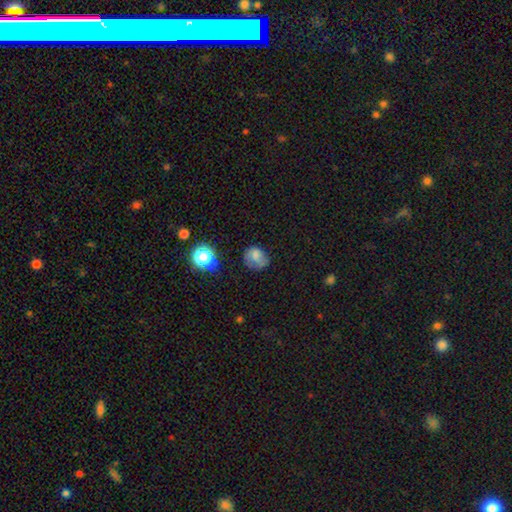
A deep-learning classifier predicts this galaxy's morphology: Overall: smooth (70%). How rounded: round (63%; in between 36%). Merging: none (54%; minor disturbance 28%).